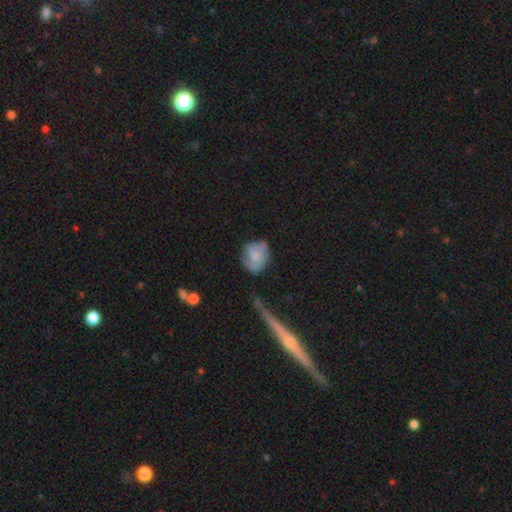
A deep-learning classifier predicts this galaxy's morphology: This appears to be a smooth galaxy with no disk features (50%). Merging: none (59%).